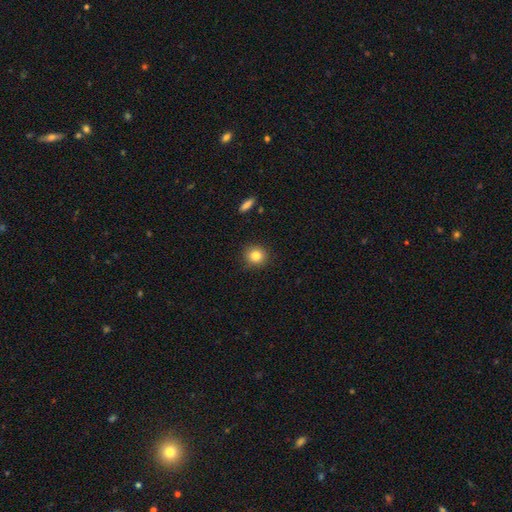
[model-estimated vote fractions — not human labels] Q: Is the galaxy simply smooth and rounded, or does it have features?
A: smooth — 84%.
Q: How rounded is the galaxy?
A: round — 88%.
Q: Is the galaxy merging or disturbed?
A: none — 90%.